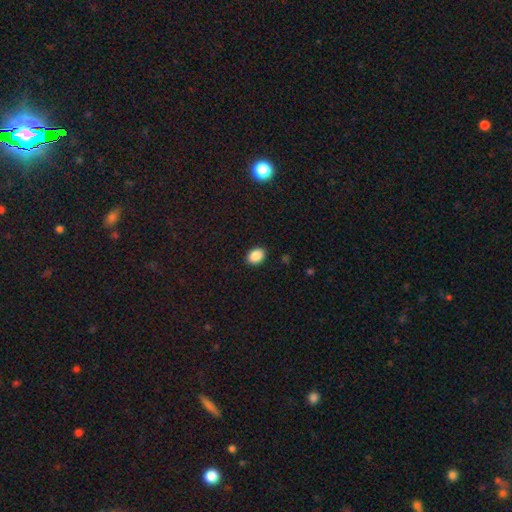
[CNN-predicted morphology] Smooth or featured: smooth — 88% (star or artifact — 9%)
How rounded: in between — 67% (round — 32%)
Merging: none — 90% (minor disturbance — 7%)